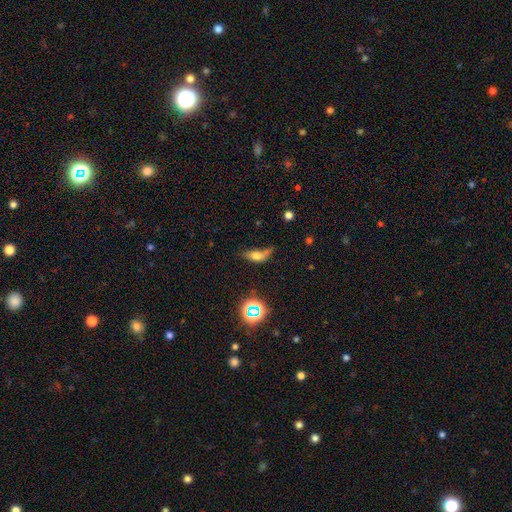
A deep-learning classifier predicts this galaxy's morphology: smooth_or_featured: smooth (p=0.61) [alt: featured or disk p=0.23]
how_rounded: in between (p=0.73) [alt: cigar-shaped p=0.16]
merging: minor disturbance (p=0.31) [alt: none p=0.30]